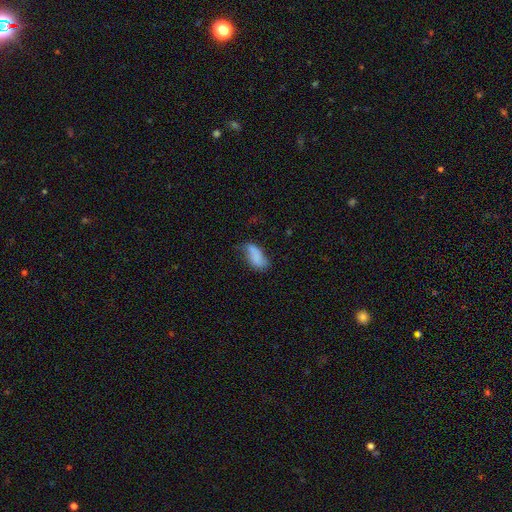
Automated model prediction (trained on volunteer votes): This is likely a smooth galaxy (77%). How rounded: clearly in between (90%). Merging: marginally none (45%).